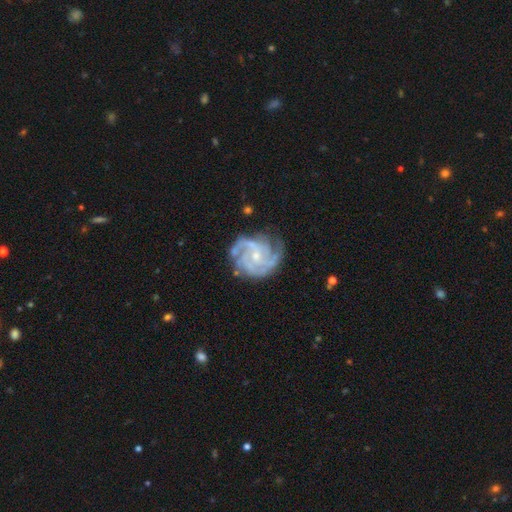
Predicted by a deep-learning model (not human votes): Smooth or featured? featured or disk (91%)
Edge-on disk? no (98%)
Bar? no (62%)
Spiral arms? yes (98%)
Spiral winding? tight (57%)
Spiral arm count? 3 (42%)
Bulge size? small (67%)
Merging? none (73%)